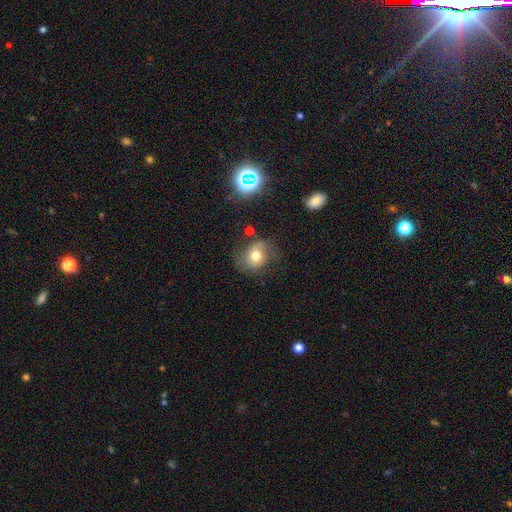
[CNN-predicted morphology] This is likely a smooth galaxy (63%). How rounded: possibly round (58%). Merging: possibly none (58%).